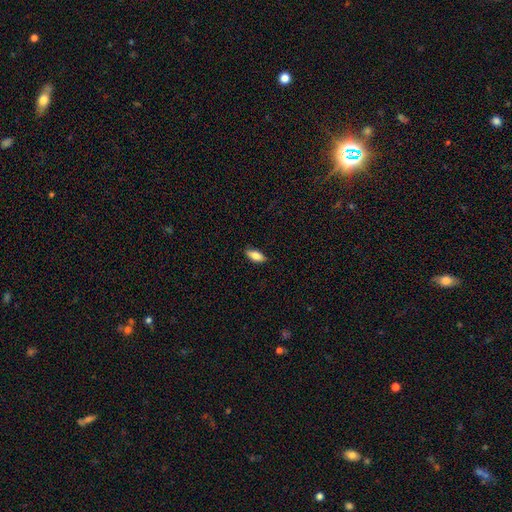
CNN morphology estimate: This appears to be a smooth galaxy with no disk features (76%) that is in between round and cigar-shaped (83%). Merging: none (86%).